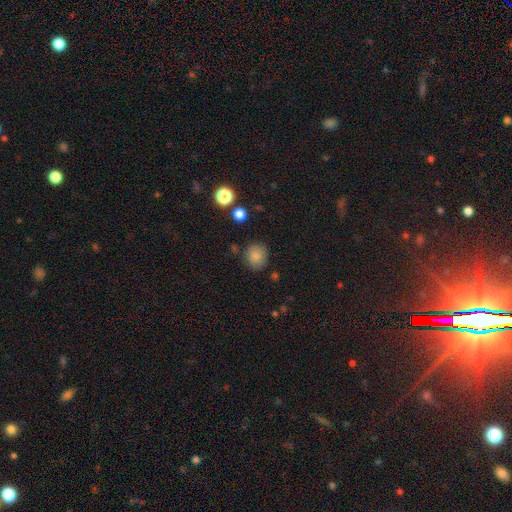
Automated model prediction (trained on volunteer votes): Overall: smooth (84%). How rounded: round (76%). Merging: none (82%).